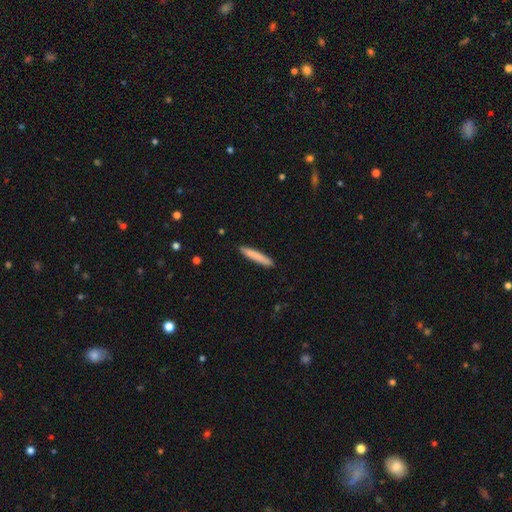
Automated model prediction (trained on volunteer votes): Smooth or featured? smooth (82%)
How rounded? cigar-shaped (94%)
Merging? none (90%)